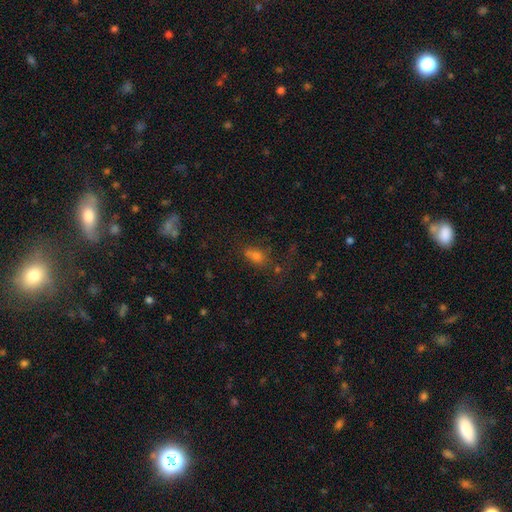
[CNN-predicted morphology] This is likely a smooth galaxy (62%). How rounded: likely in between (73%). Merging: possibly none (54%).